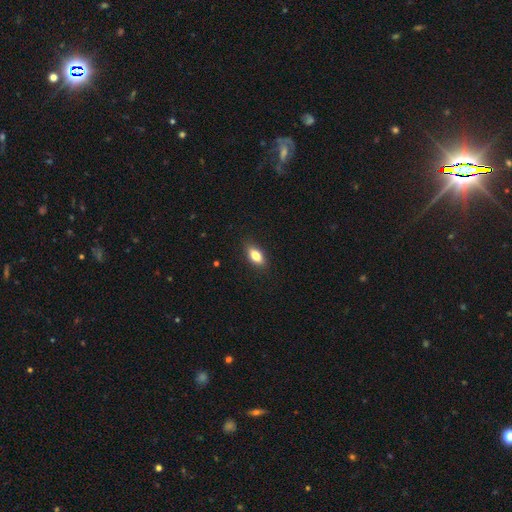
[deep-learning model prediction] A smooth galaxy with no disk features (78%) that is in between round and cigar-shaped (82%).

Vote fractions:
- Smooth or featured? smooth: 78% / featured or disk: 14% / star or artifact: 8%
- How rounded? in between: 82% / cigar-shaped: 13% / round: 5%
- Merging? none: 87% / minor disturbance: 10% / major disturbance: 2% / merger: 1%